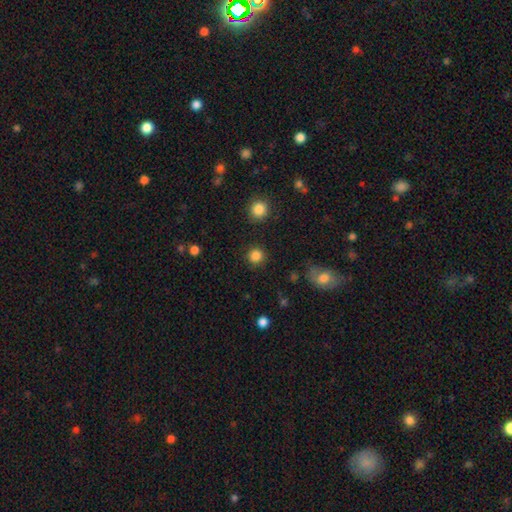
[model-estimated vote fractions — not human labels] Overall: smooth (85%). How rounded: round (92%). Merging: none (90%).